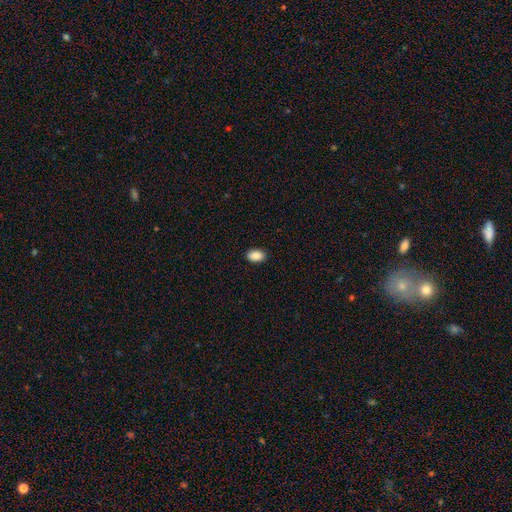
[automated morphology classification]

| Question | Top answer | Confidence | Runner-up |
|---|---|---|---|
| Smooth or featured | smooth | 90% | star or artifact (7%) |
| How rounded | in between | 91% | round (8%) |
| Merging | none | 90% | minor disturbance (7%) |